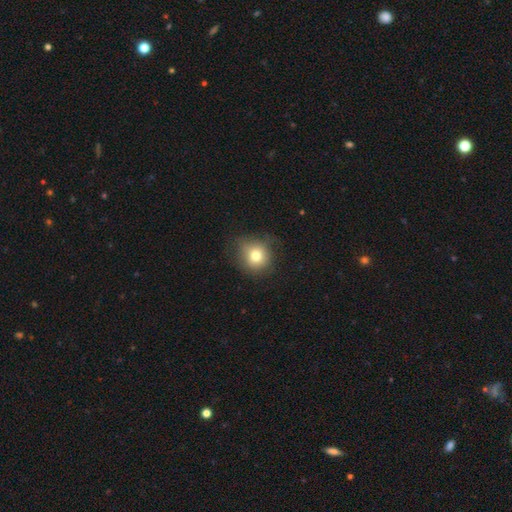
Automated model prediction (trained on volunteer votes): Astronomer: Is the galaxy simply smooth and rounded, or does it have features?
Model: smooth — 77%.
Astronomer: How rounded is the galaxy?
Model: round — 84%.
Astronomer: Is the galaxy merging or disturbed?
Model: none — 72%.